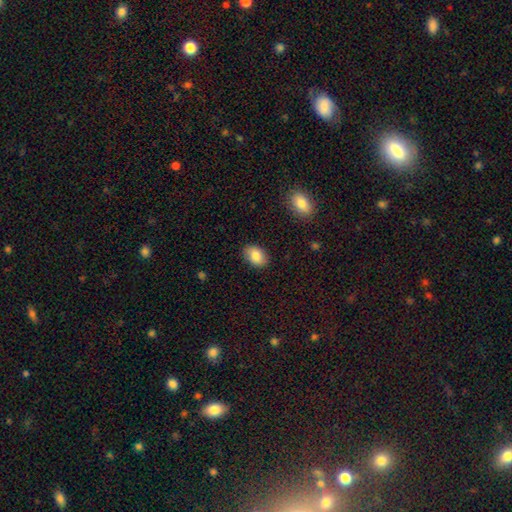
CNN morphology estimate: A smooth galaxy with no disk features (84%) that is in between round and cigar-shaped (84%). Merging: none (88%).